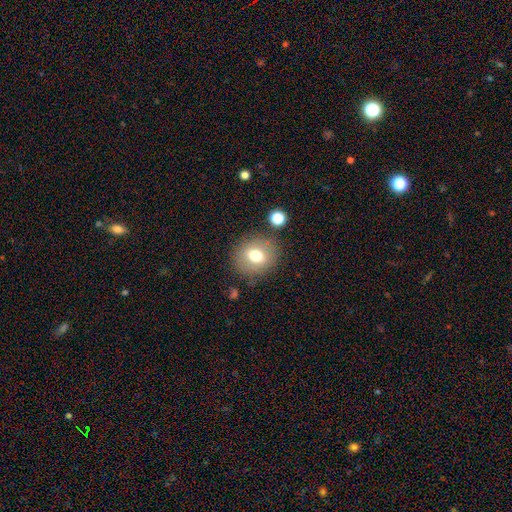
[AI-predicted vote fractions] Q: Smooth or featured?
A: smooth (72%); runner-up: featured or disk (17%)
Q: How rounded?
A: round (80%); runner-up: in between (19%)
Q: Merging?
A: none (82%); runner-up: minor disturbance (10%)